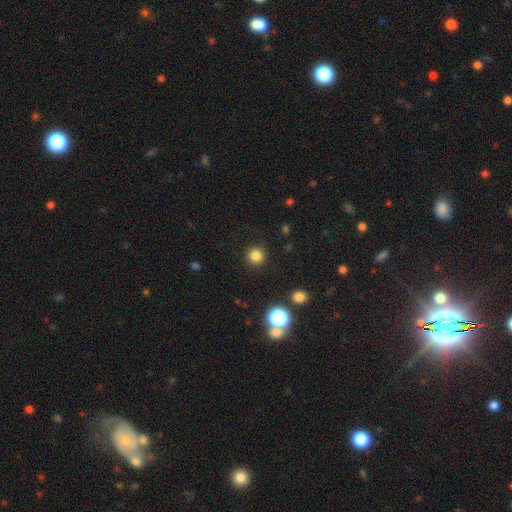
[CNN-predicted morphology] Smooth or featured? smooth (82%)
How rounded? round (95%)
Merging? none (91%)